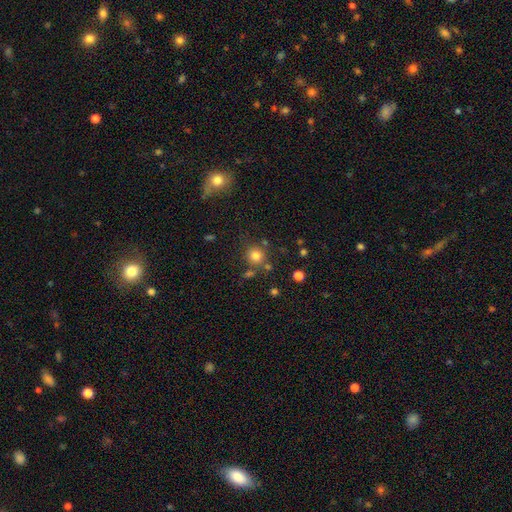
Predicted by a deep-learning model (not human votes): A smooth galaxy with no disk features (79%) that is round (90%).

Vote fractions:
- Smooth or featured? smooth: 79% / star or artifact: 13% / featured or disk: 7%
- How rounded? round: 90% / in between: 9% / cigar-shaped: 1%
- Merging? none: 76% / merger: 10% / minor disturbance: 10% / major disturbance: 4%